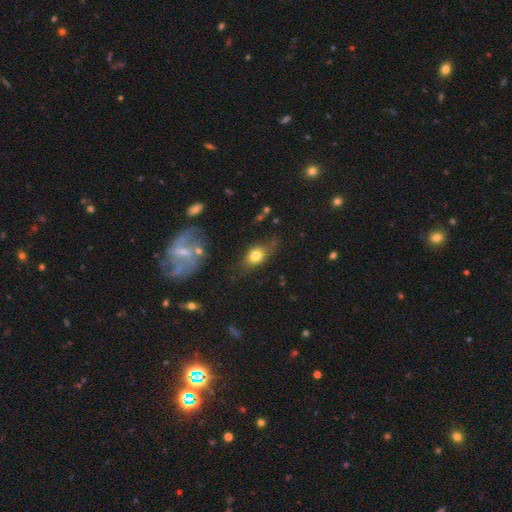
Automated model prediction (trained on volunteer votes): Morphology: type=smooth (76%); roundness=in between (69%); merging=none (61%).